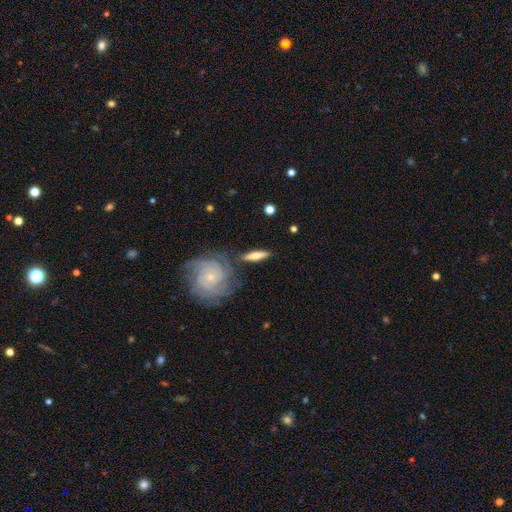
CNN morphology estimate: smooth-or-featured: featured or disk: 52% | smooth: 42% | star or artifact: 6%
  disk-edge-on: yes: 51% | no: 49%
  merging: none: 76% | minor disturbance: 13% | merger: 7% | major disturbance: 4%